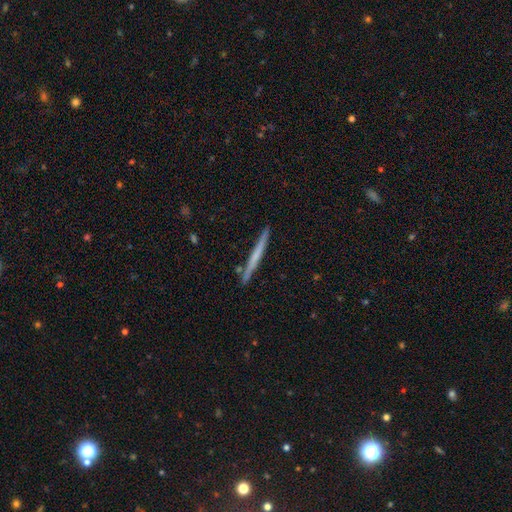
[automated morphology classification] Smooth or featured? smooth (49%)
Merging? none (90%)